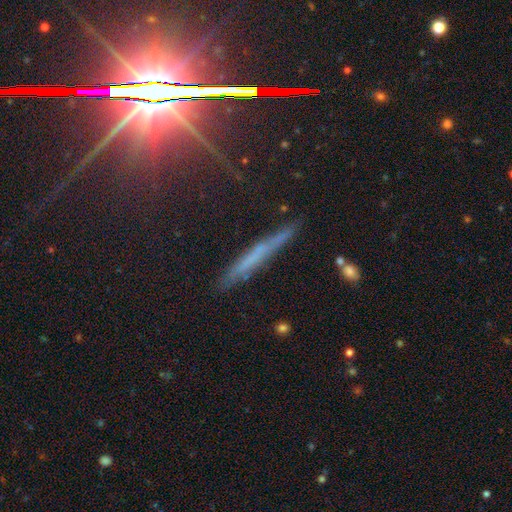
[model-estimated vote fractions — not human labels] Smooth or featured: featured or disk — 43% (smooth — 39%)
Merging: none — 82% (minor disturbance — 14%)